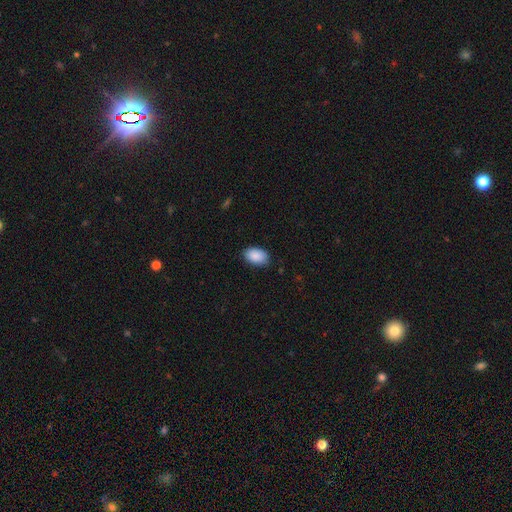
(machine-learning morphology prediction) The model was most divided on "merging": none: 83%, minor disturbance: 14%, major disturbance: 2%, merger: 1%. More confident: how rounded — in between (92%); smooth or featured — smooth (90%).